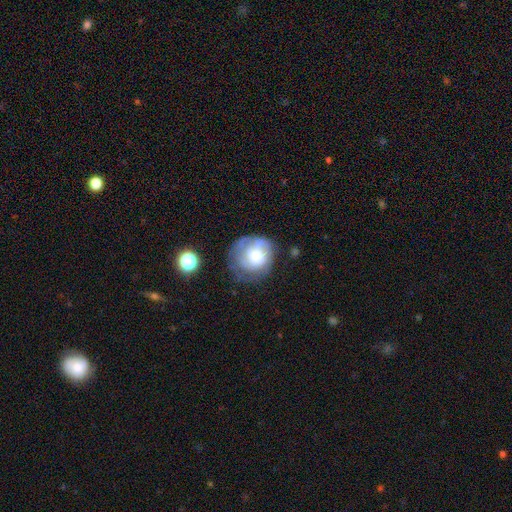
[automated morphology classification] Smooth or featured: featured or disk — 54% (smooth — 38%)
Edge-on disk: no — 97% (yes — 3%)
Bar: no — 76% (weak — 21%)
Spiral arms: yes — 73% (no — 27%)
Bulge size: moderate — 54% (large — 24%)
Merging: none — 54% (minor disturbance — 26%)